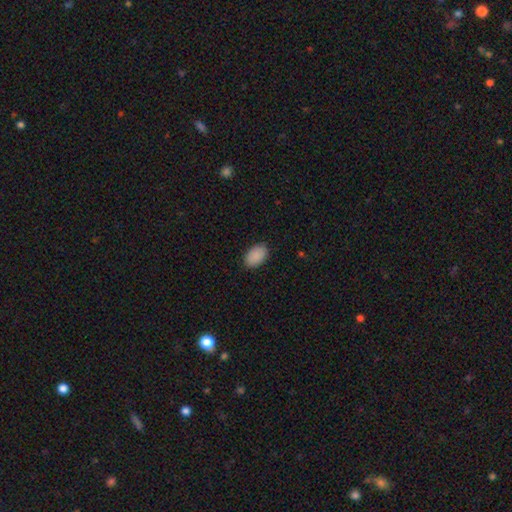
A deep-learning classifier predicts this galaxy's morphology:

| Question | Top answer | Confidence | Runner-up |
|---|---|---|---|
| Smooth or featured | smooth | 91% | star or artifact (7%) |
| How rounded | in between | 92% | round (7%) |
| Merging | none | 88% | minor disturbance (9%) |